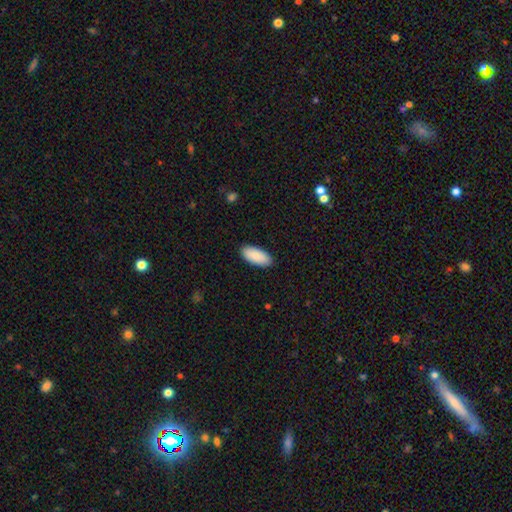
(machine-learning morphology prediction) This is clearly a smooth galaxy (91%). How rounded: clearly in between (90%). Merging: clearly none (90%).